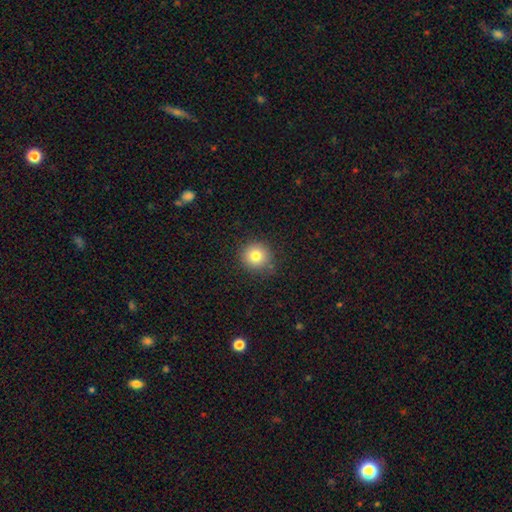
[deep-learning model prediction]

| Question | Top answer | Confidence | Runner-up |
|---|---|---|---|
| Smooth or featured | smooth | 79% | star or artifact (12%) |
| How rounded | round | 93% | in between (6%) |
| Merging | none | 85% | minor disturbance (11%) |